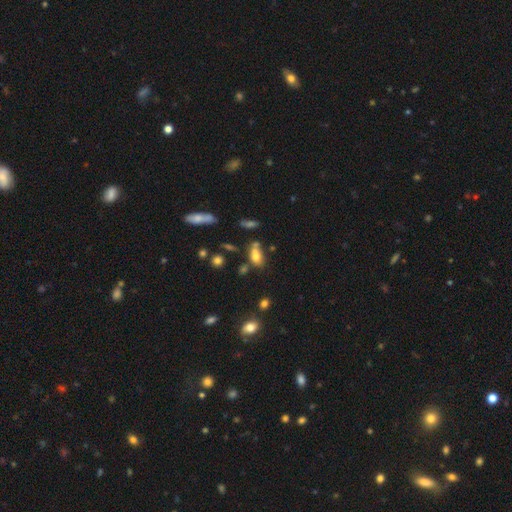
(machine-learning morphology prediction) Smooth or featured? smooth (70%)
How rounded? in between (81%)
Merging? none (41%)